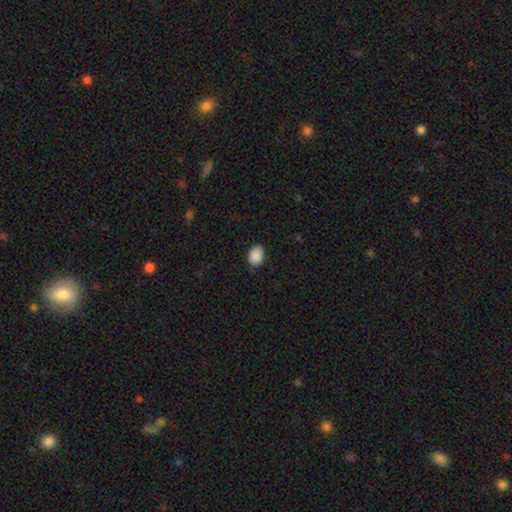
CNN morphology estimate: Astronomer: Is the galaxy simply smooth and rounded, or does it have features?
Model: smooth — 90%.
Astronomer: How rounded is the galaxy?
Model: in between — 73%.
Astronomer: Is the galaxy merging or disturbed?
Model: none — 83%.